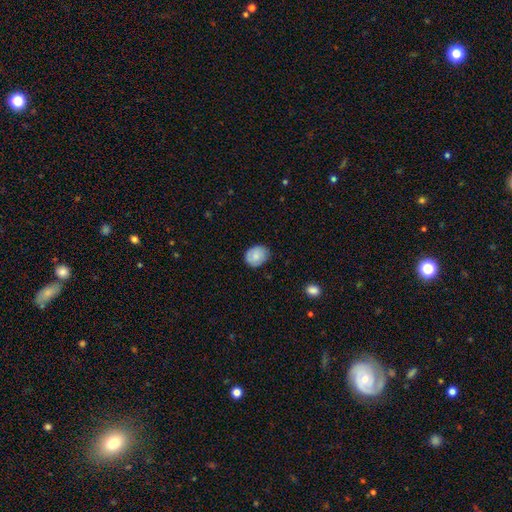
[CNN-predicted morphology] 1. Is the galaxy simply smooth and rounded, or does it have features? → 78% smooth, 15% featured or disk, 7% star or artifact.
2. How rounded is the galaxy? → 54% round, 45% in between, 1% cigar-shaped.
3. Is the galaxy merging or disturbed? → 76% none, 19% minor disturbance, 3% major disturbance, 1% merger.